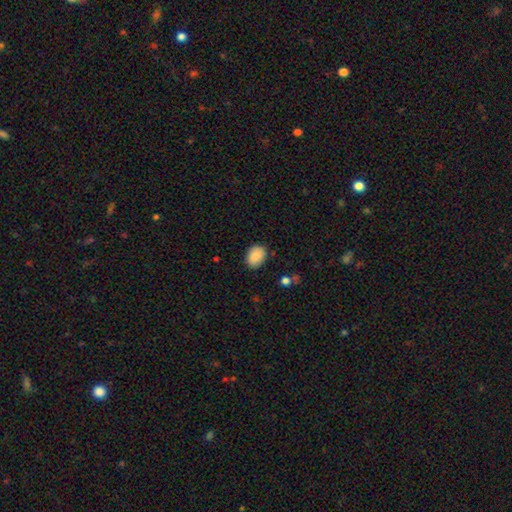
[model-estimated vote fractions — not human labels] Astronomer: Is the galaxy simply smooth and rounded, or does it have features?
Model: smooth — 89%.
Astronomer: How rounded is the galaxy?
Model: in between — 71%.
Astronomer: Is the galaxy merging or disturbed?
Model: none — 84%.